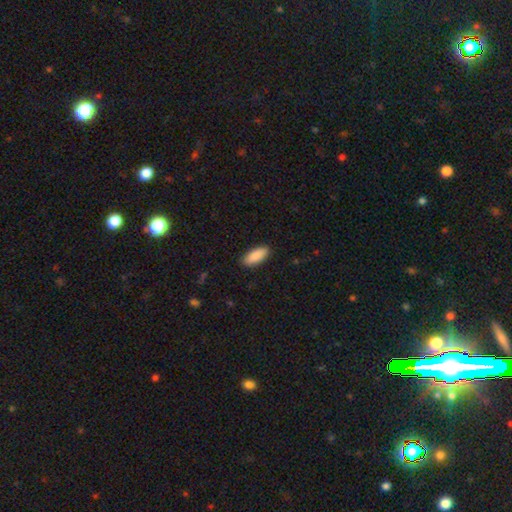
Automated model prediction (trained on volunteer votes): Smooth or featured?
  - smooth: 90% *
  - star or artifact: 6%
  - featured or disk: 5%
How rounded?
  - in between: 81% *
  - cigar-shaped: 18%
  - round: 2%
Merging?
  - none: 89% *
  - minor disturbance: 8%
  - major disturbance: 2%
  - merger: 1%